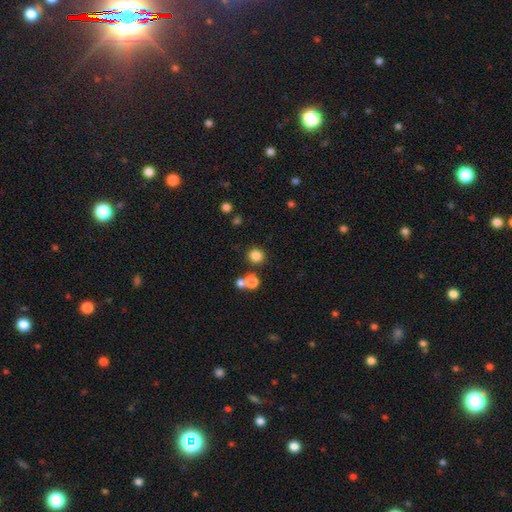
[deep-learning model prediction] smooth 81%, star or artifact 14%, featured or disk 5%. Down the decision tree: how rounded — round (89%); merging — none (80%).